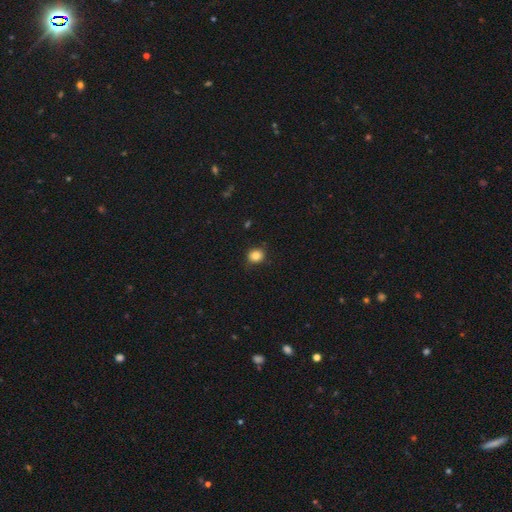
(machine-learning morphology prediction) Smooth or featured: smooth — 84% (star or artifact — 11%)
How rounded: round — 77% (in between — 22%)
Merging: none — 85% (minor disturbance — 11%)